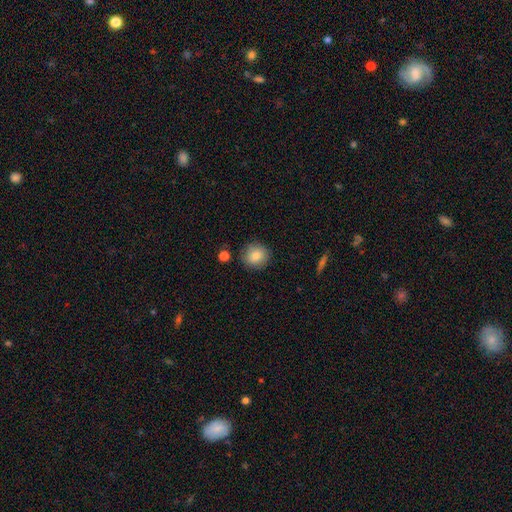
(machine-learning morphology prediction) smooth 83%, star or artifact 9%, featured or disk 9%. Down the decision tree: how rounded — round (88%); merging — none (86%).